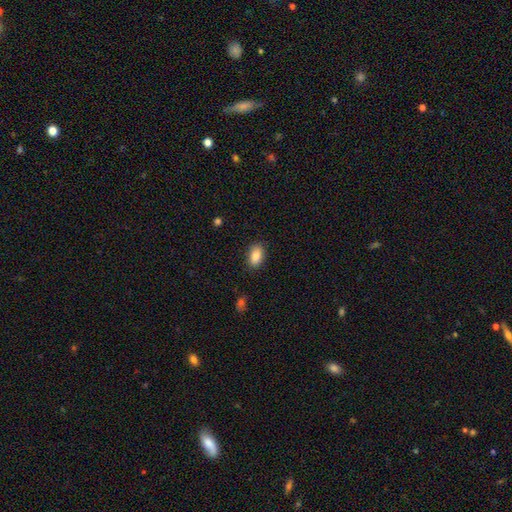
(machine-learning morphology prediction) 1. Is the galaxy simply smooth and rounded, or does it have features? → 86% smooth, 8% star or artifact, 6% featured or disk.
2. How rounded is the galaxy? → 91% in between, 7% round, 2% cigar-shaped.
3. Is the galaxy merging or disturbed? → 87% none, 9% minor disturbance, 2% major disturbance, 1% merger.